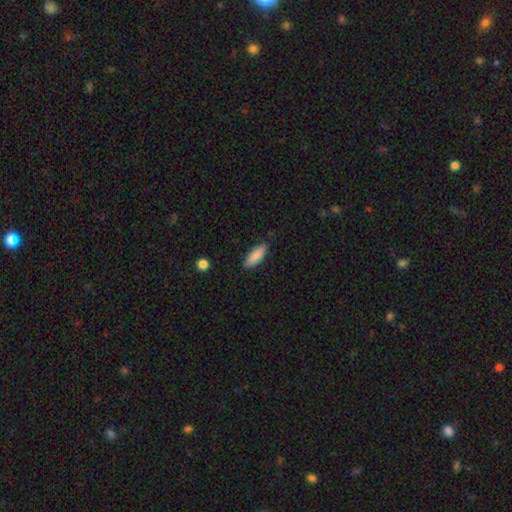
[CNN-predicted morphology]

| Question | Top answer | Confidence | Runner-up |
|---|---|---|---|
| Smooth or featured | smooth | 87% | featured or disk (7%) |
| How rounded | in between | 58% | cigar-shaped (40%) |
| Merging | none | 87% | minor disturbance (10%) |